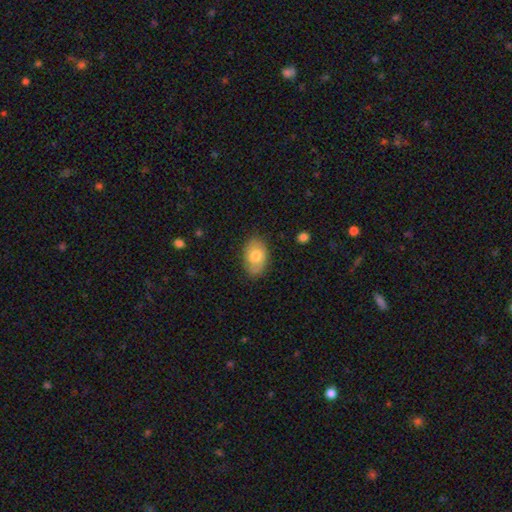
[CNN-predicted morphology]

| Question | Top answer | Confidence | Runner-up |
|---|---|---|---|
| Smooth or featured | smooth | 70% | featured or disk (23%) |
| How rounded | in between | 88% | round (11%) |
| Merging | none | 78% | minor disturbance (18%) |